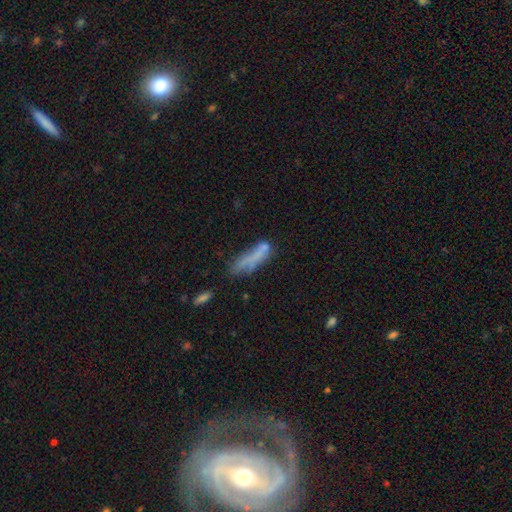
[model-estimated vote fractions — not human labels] Smooth or featured? smooth (62%)
How rounded? cigar-shaped (72%)
Merging? none (45%)